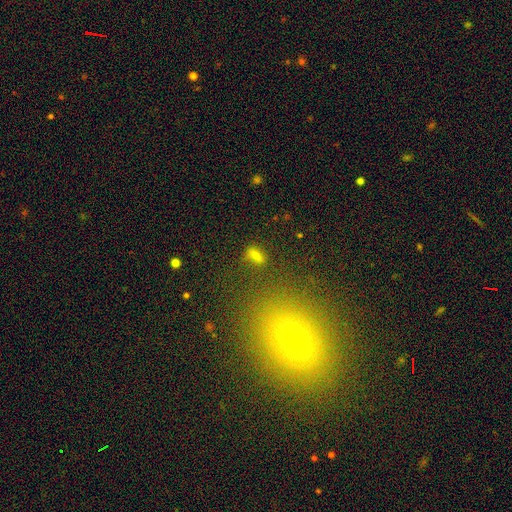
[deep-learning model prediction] Q: Smooth or featured?
A: smooth (68%); runner-up: star or artifact (21%)
Q: How rounded?
A: in between (75%); runner-up: cigar-shaped (14%)
Q: Merging?
A: none (64%); runner-up: minor disturbance (18%)